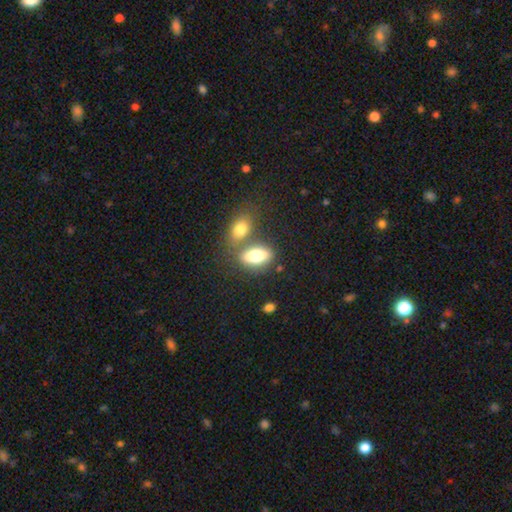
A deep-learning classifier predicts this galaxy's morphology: The model was most divided on "merging": none: 49%, merger: 36%, minor disturbance: 10%, major disturbance: 4%. More confident: how rounded — in between (86%); smooth or featured — smooth (74%).